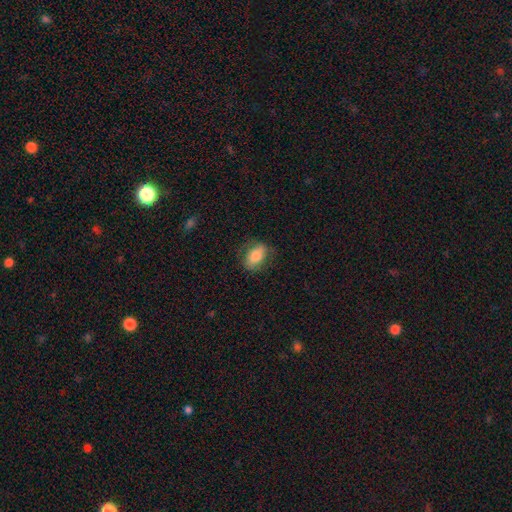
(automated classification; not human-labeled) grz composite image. It shows a smooth galaxy with no disk features (75%) that is in between round and cigar-shaped (86%). Merging: none (76%).